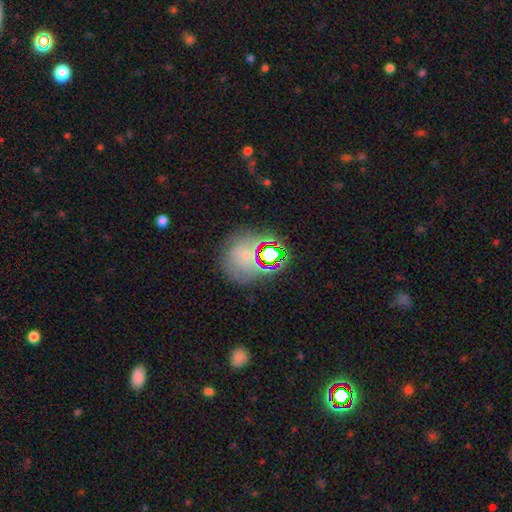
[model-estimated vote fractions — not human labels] Morphology: type=star or artifact (41%).